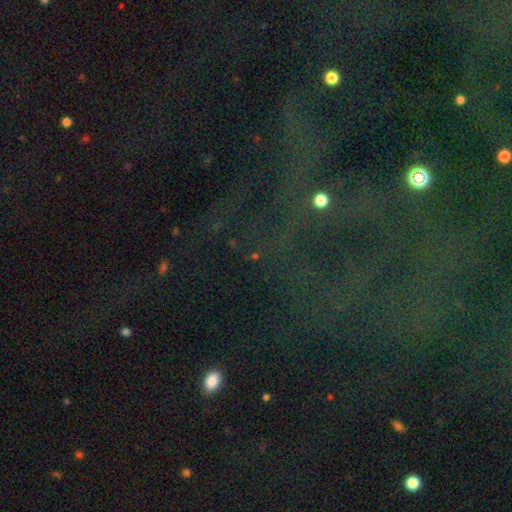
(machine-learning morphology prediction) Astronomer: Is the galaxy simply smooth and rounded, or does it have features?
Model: star or artifact — 71%.